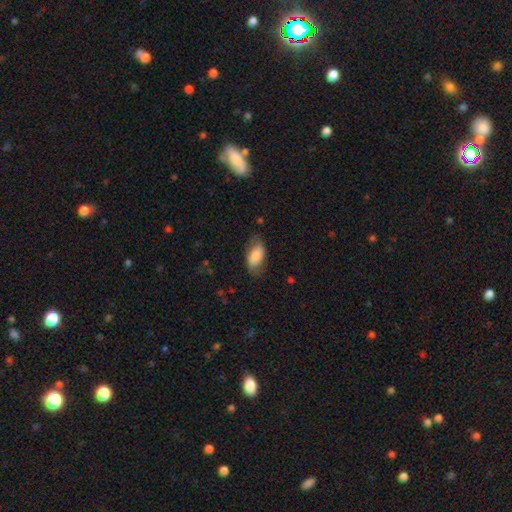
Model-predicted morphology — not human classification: type=smooth (77%); roundness=in between (91%); merging=none (66%).